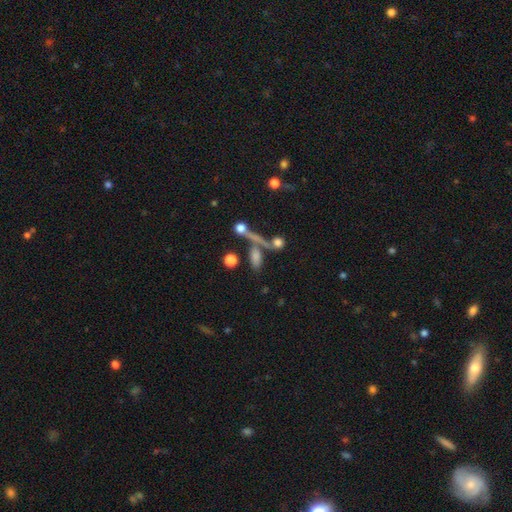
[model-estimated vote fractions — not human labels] Q: Smooth or featured?
A: smooth (62%); runner-up: featured or disk (20%)
Q: How rounded?
A: in between (49%); runner-up: cigar-shaped (32%)
Q: Merging?
A: none (53%); runner-up: merger (25%)